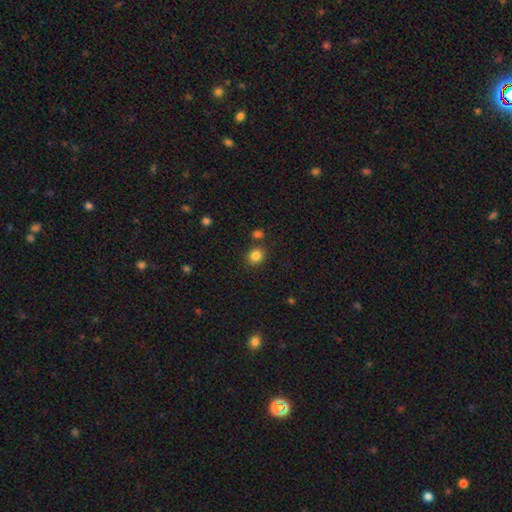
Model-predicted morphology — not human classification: Overall: smooth (84%). How rounded: round (59%; in between 40%). Merging: none (79%).